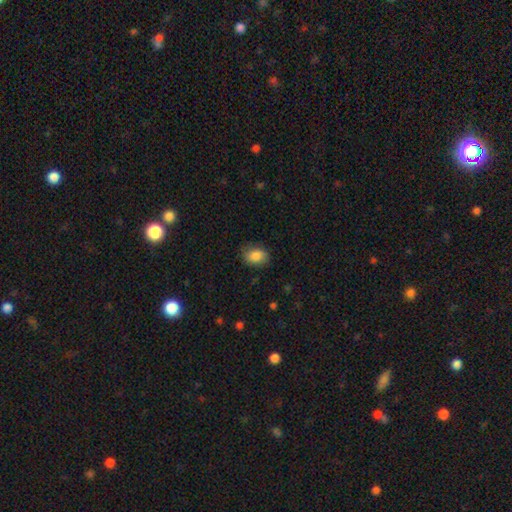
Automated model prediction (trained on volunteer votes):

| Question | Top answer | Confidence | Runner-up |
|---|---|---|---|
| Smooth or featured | smooth | 86% | star or artifact (8%) |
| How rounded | in between | 68% | round (31%) |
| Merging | none | 78% | minor disturbance (16%) |